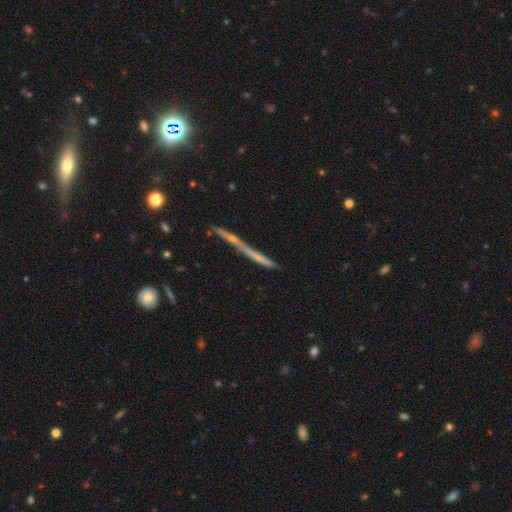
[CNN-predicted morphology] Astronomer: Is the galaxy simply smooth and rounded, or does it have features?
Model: featured or disk — 47% (runner-up: smooth, 40%).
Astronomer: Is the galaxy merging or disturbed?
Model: none — 68%.